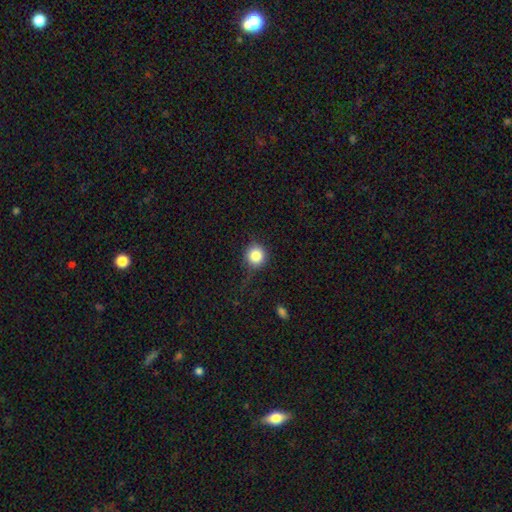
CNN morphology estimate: smooth-or-featured: smooth: 84% | star or artifact: 10% | featured or disk: 6%
  how-rounded: round: 92% | in between: 7% | cigar-shaped: 1%
  merging: none: 70% | minor disturbance: 20% | major disturbance: 8% | merger: 2%